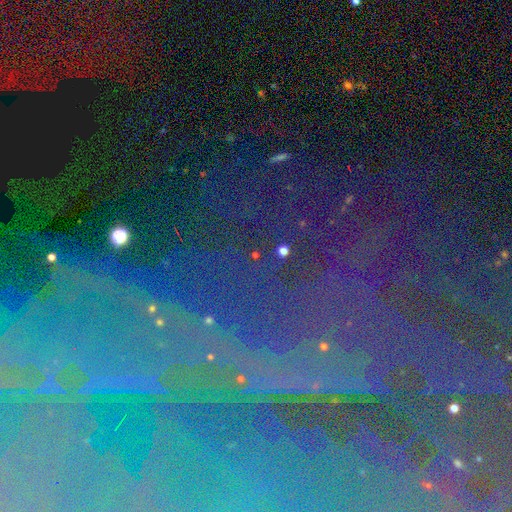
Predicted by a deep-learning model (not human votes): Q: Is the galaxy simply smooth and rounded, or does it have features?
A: star or artifact — 73%.